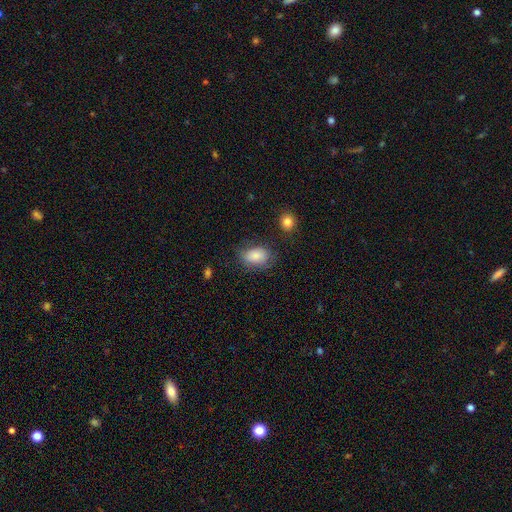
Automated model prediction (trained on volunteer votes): Smooth or featured: smooth — 82% (featured or disk — 10%)
How rounded: in between — 83% (round — 15%)
Merging: none — 68% (minor disturbance — 22%)